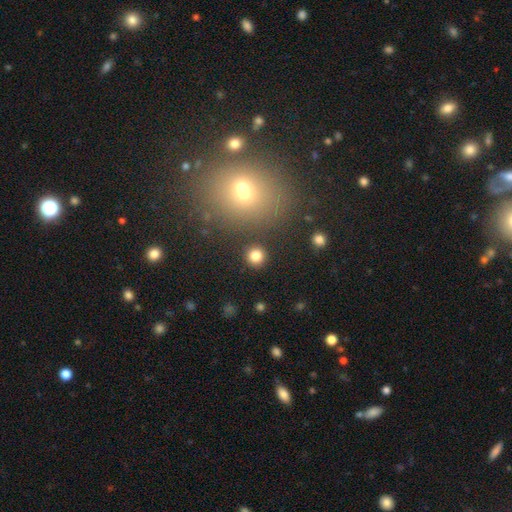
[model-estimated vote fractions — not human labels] Smooth or featured: smooth — 83% (star or artifact — 12%)
How rounded: round — 93% (in between — 6%)
Merging: none — 90% (minor disturbance — 5%)